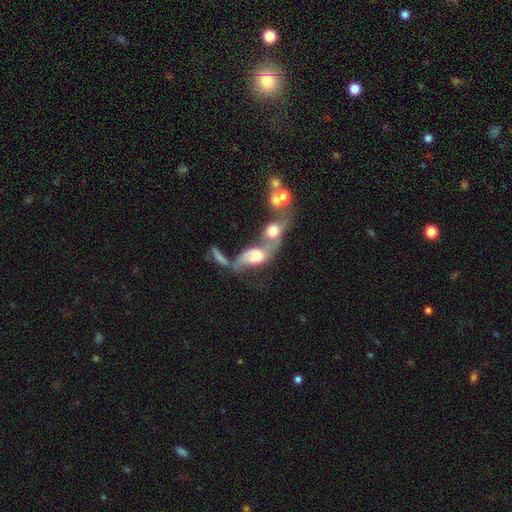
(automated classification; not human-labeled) This is possibly a featured or disk galaxy (52%). It is clearly not viewed edge-on (89%). Merging: likely merger (73%).